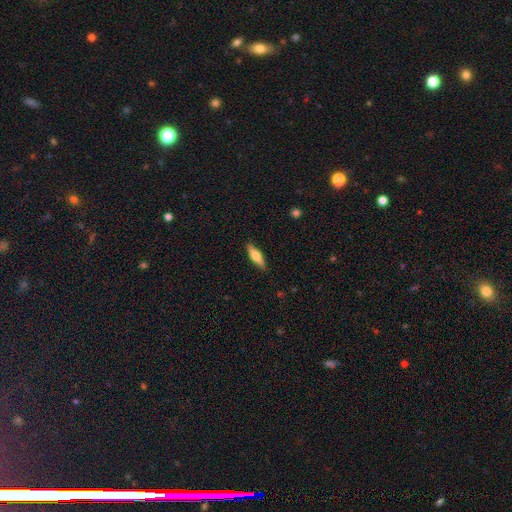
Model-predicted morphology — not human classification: Smooth or featured: smooth — 54% (featured or disk — 41%)
How rounded: cigar-shaped — 58% (in between — 39%)
Merging: none — 88% (minor disturbance — 9%)